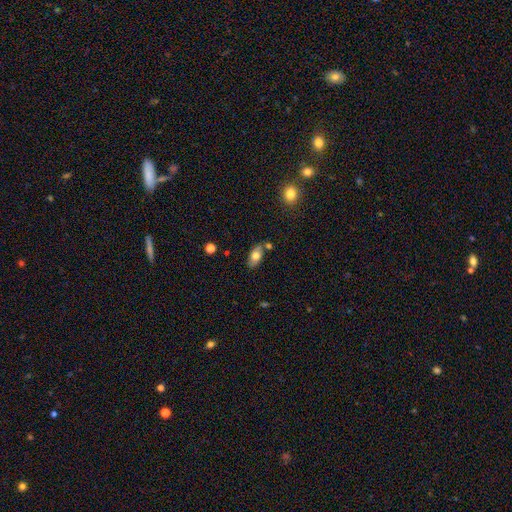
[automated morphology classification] Smooth or featured? smooth (72%)
How rounded? in between (90%)
Merging? none (74%)